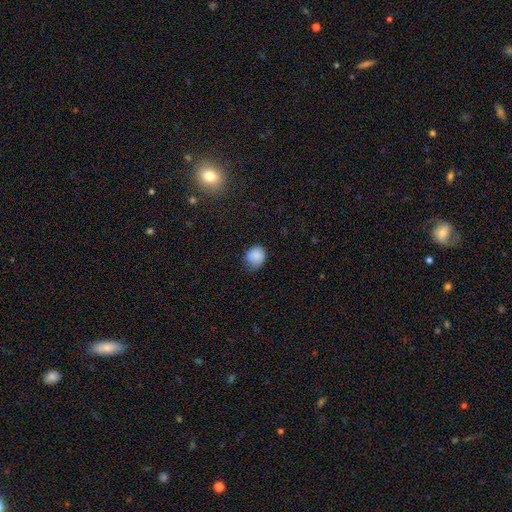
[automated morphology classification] Smooth or featured? smooth (86%)
How rounded? round (71%)
Merging? none (60%)